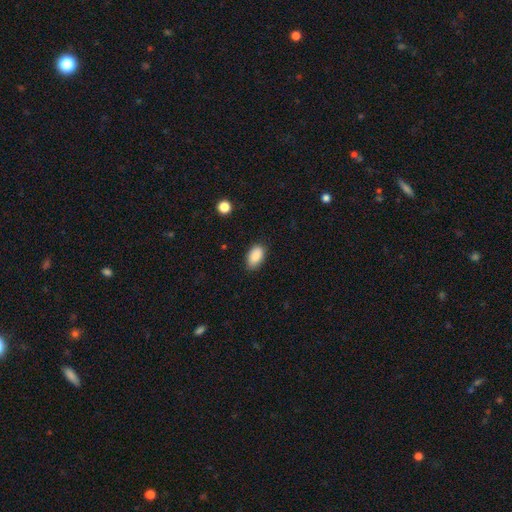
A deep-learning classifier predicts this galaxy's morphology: smooth 88%, star or artifact 7%, featured or disk 4%. Down the decision tree: how rounded — in between (92%); merging — none (80%).